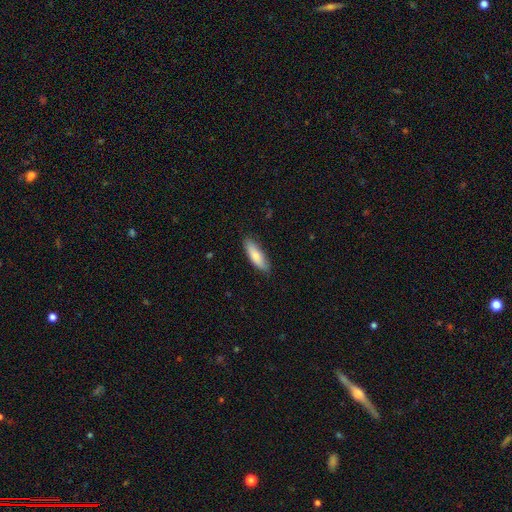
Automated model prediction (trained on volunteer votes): Smooth or featured? Predicted: smooth (p=0.78). How rounded? Predicted: in between (p=0.52). Merging? Predicted: none (p=0.85).